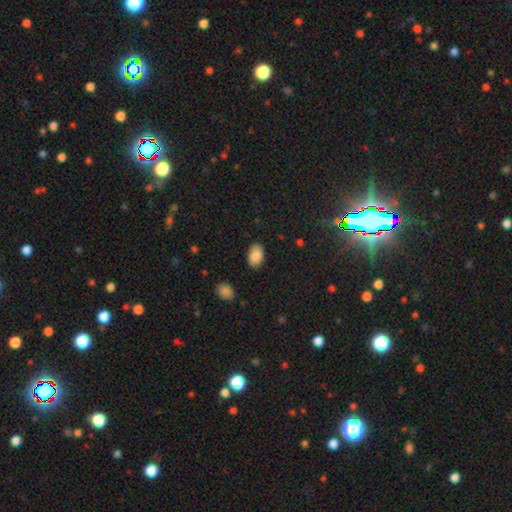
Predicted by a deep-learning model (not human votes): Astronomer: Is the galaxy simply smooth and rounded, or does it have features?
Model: smooth — 87%.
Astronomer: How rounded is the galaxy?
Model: in between — 92%.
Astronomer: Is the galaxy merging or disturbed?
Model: none — 85%.